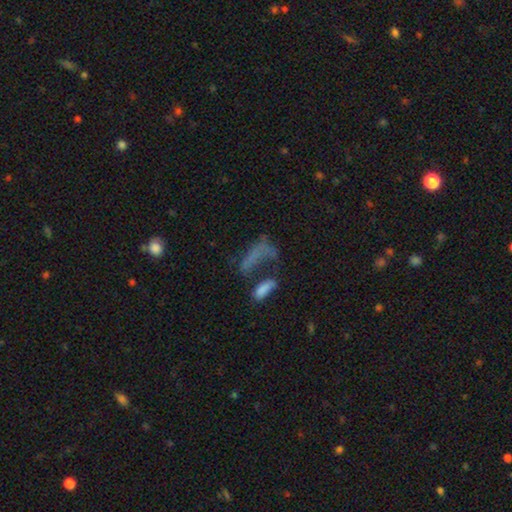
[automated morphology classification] A smooth galaxy with no disk features (50%) that is in between round and cigar-shaped (46%). Merging: merger (32%).